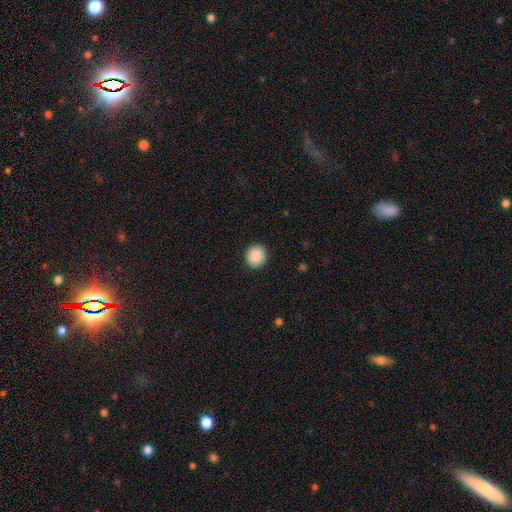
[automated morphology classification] This is clearly a smooth galaxy (88%). How rounded: clearly round (86%). Merging: clearly none (92%).